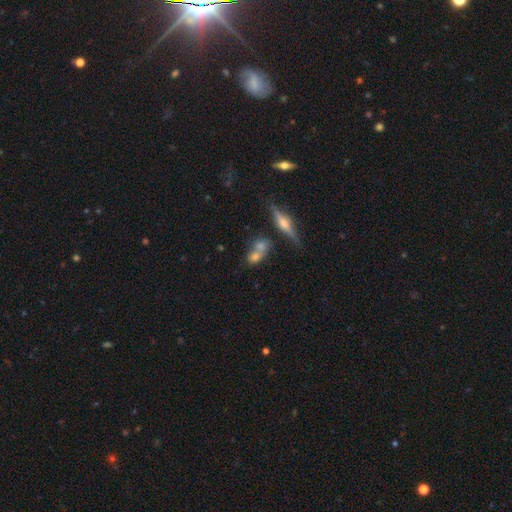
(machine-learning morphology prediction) smooth 53%, featured or disk 32%, star or artifact 15%. Down the decision tree: how rounded — in between (49%); merging — merger (43%).